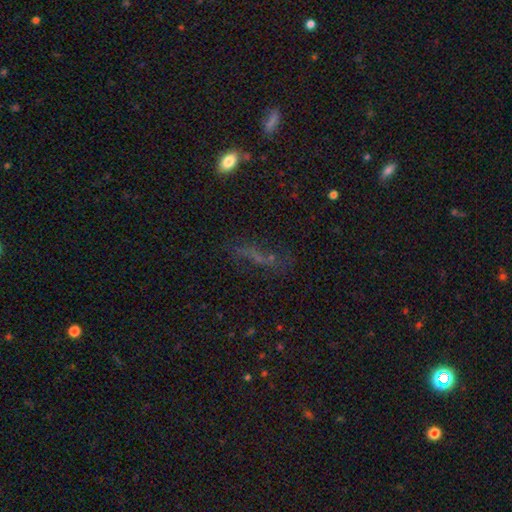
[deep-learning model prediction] Smooth or featured? Predicted: smooth (p=0.37). Merging? Predicted: none (p=0.57).